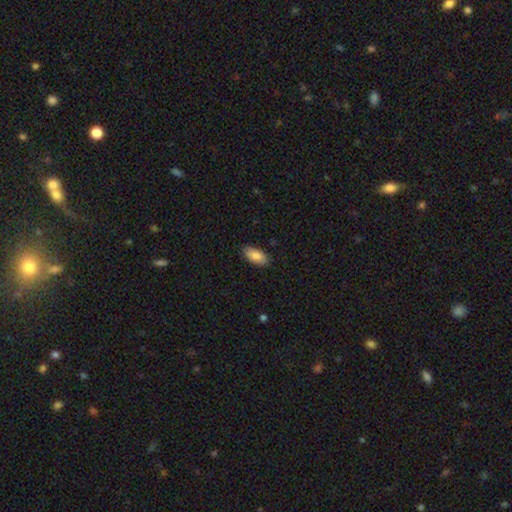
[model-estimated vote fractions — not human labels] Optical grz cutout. It shows a smooth galaxy with no disk features (85%) that is in between round and cigar-shaped (91%). Merging: none (86%).